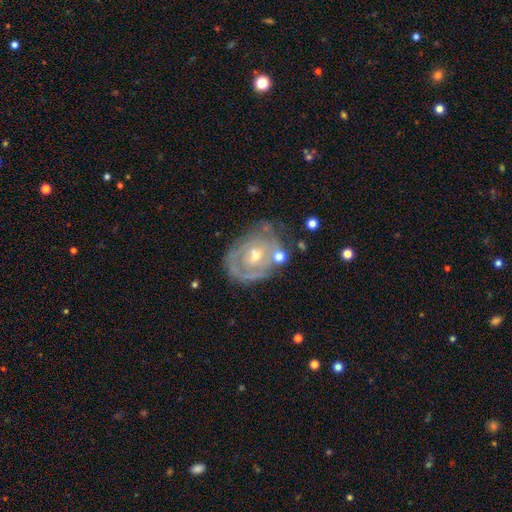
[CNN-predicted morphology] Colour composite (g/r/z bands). It shows a featured or disk galaxy (79%) with no bar (64%), tight (70%) spiral arms (76%) and a small central bulge (52%). Merging: none (58%).